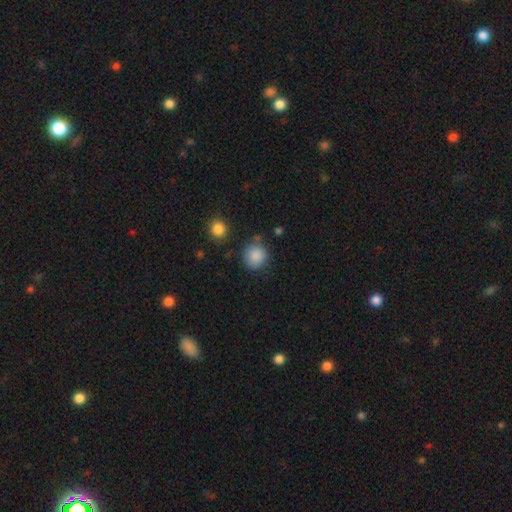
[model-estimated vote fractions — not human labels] The model was most divided on "merging": none: 79%, minor disturbance: 13%, merger: 4%, major disturbance: 4%. More confident: how rounded — round (87%); smooth or featured — smooth (87%).